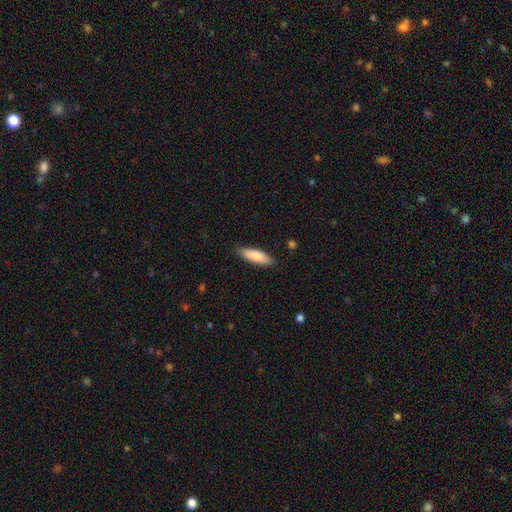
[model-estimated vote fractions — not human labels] Morphology: type=smooth (84%); roundness=in between (56%); merging=none (86%).